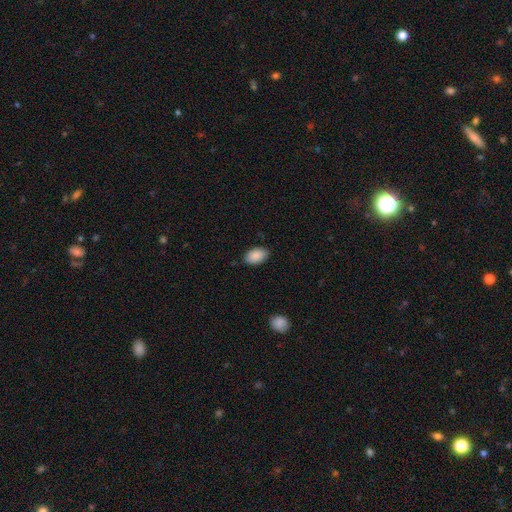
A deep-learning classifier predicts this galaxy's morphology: This is clearly a smooth galaxy (90%). How rounded: clearly in between (92%). Merging: clearly none (85%).